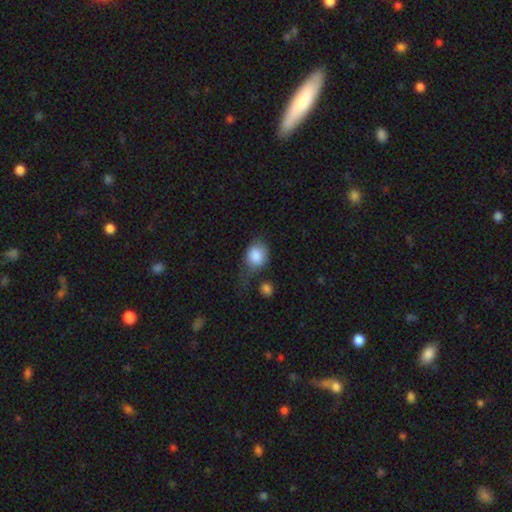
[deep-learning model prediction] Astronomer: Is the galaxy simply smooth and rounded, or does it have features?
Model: smooth — 84%.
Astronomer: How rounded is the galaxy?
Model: round — 56% (runner-up: in between, 43%).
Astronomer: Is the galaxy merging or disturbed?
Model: none — 37% (runner-up: minor disturbance, 31%).